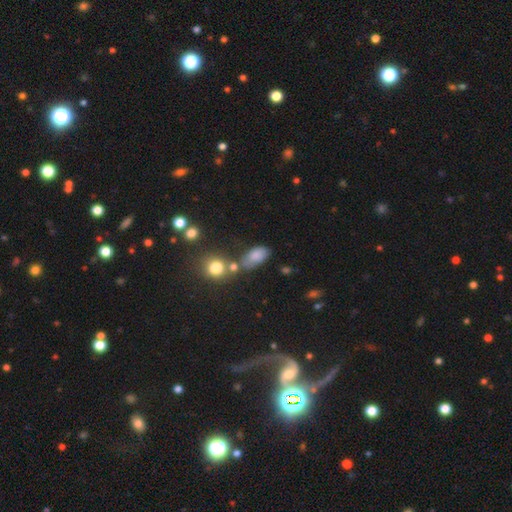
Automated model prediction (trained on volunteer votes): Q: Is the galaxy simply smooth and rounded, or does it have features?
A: smooth — 78%.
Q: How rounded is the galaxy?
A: in between — 86%.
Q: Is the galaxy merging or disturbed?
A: none — 50%.